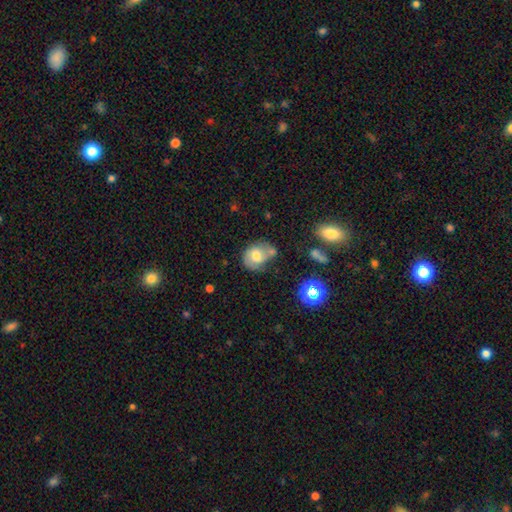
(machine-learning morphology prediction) A smooth galaxy with no disk features (57%) that is in between round and cigar-shaped (50%). Merging: none (44%).